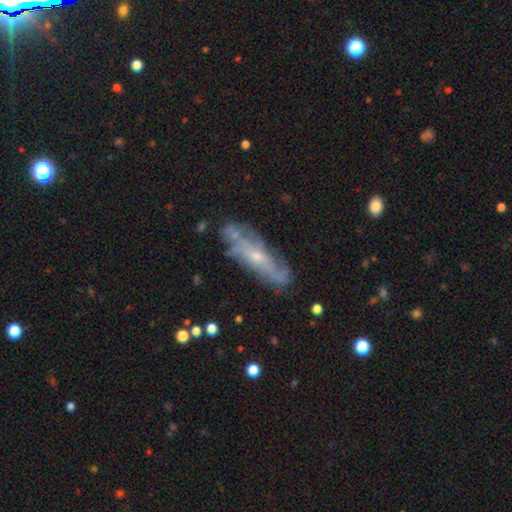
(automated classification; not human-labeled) A featured or disk galaxy (70%). Merging: none (74%).